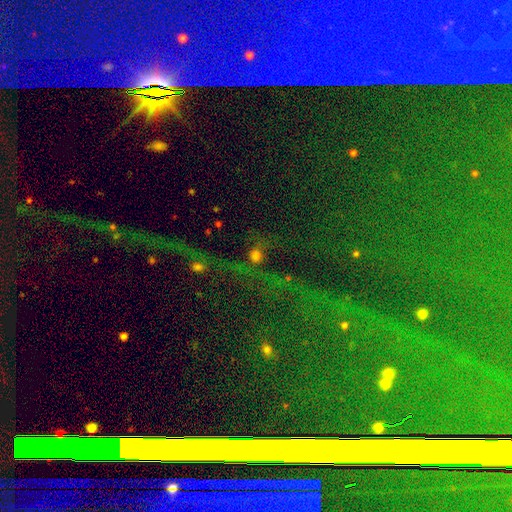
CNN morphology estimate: Overall: smooth (54%; star or artifact 34%). How rounded: round (82%). Merging: none (57%; major disturbance 17%).